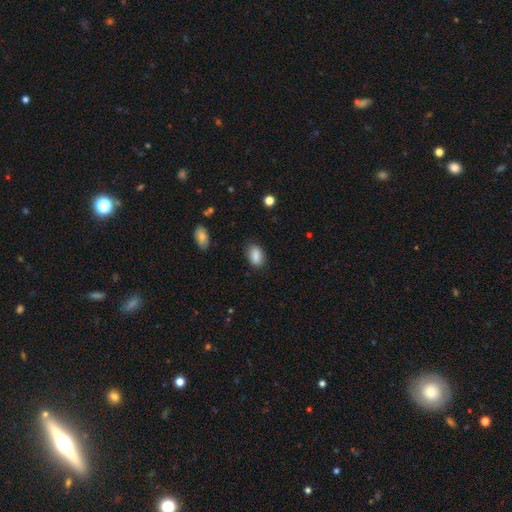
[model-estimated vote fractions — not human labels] Smooth or featured? Predicted: smooth (p=0.87). How rounded? Predicted: in between (p=0.89). Merging? Predicted: none (p=0.82).